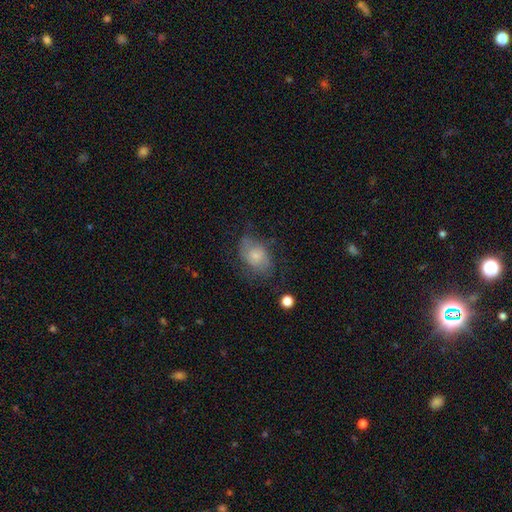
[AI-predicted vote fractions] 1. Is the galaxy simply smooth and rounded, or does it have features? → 57% smooth, 34% featured or disk, 9% star or artifact.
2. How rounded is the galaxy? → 78% in between, 21% round, 1% cigar-shaped.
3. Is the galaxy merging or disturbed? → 55% none, 26% minor disturbance, 17% major disturbance, 2% merger.